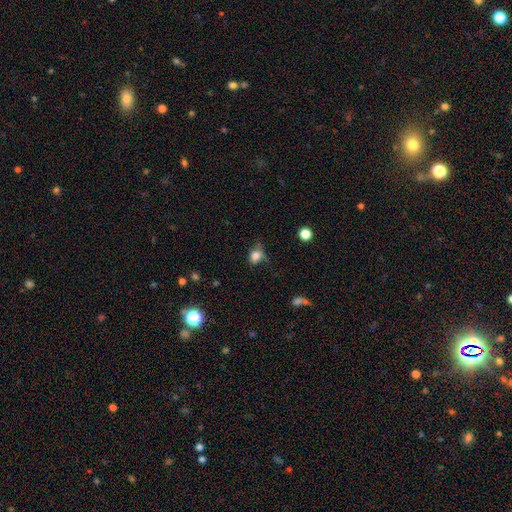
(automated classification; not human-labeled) This appears to be a smooth galaxy with no disk features (79%) that is in between round and cigar-shaped (55%). Merging: none (43%).